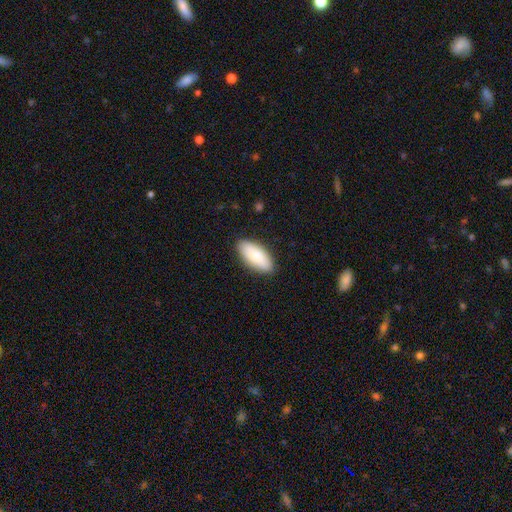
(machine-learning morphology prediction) Smooth or featured? Predicted: smooth (p=0.84). How rounded? Predicted: in between (p=0.84). Merging? Predicted: none (p=0.88).